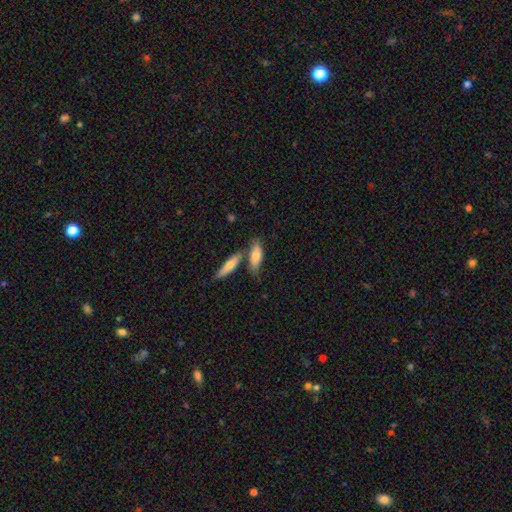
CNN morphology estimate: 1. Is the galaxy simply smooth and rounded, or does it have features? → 71% smooth, 23% featured or disk, 6% star or artifact.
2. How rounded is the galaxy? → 58% in between, 39% cigar-shaped, 3% round.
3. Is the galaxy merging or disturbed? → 55% none, 29% merger, 13% minor disturbance, 3% major disturbance.